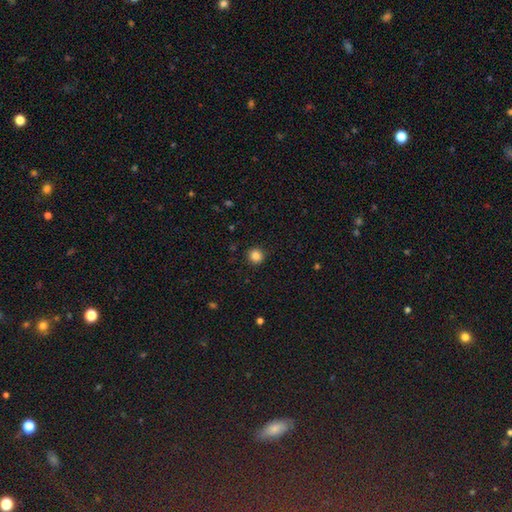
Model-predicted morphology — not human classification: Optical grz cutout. It shows a smooth galaxy with no disk features (85%) that is round (92%). Merging: none (91%).